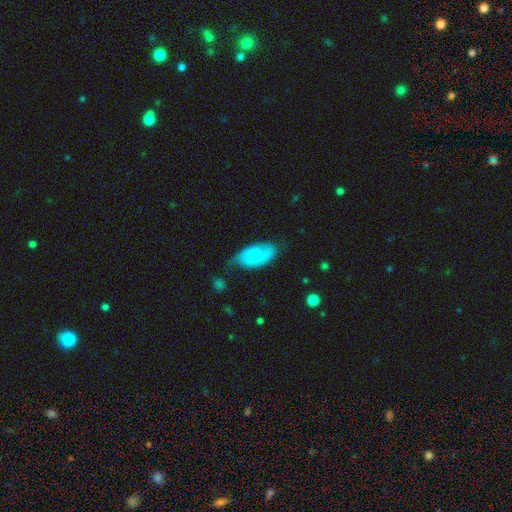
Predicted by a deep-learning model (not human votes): Smooth or featured: smooth — 51% (featured or disk — 43%)
How rounded: in between — 92% (round — 5%)
Merging: none — 51% (minor disturbance — 32%)